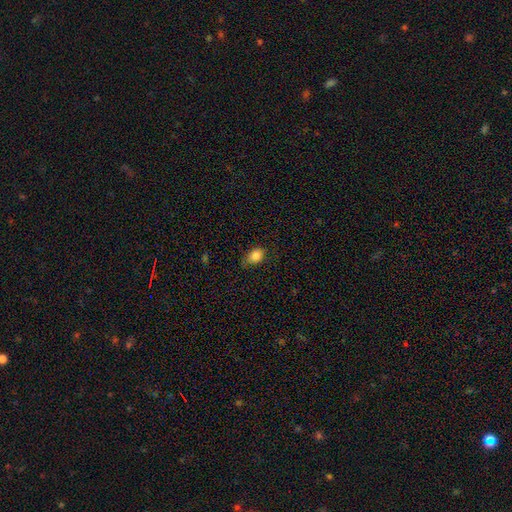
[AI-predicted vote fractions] Q: Smooth or featured?
A: smooth (86%); runner-up: star or artifact (9%)
Q: How rounded?
A: in between (77%); runner-up: round (21%)
Q: Merging?
A: none (64%); runner-up: minor disturbance (28%)